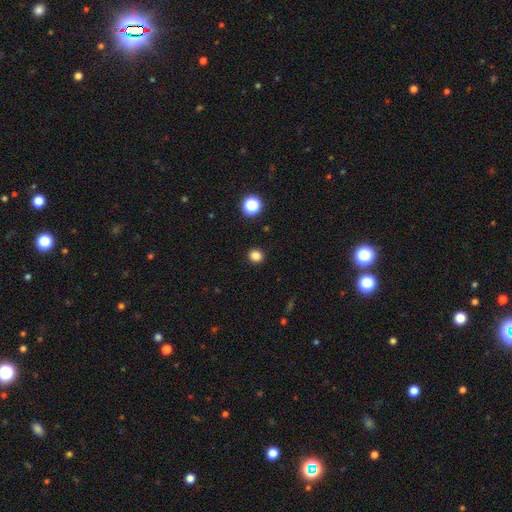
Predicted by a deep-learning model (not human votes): smooth_or_featured: smooth (p=0.83) [alt: star or artifact p=0.13]
how_rounded: round (p=0.88) [alt: in between p=0.11]
merging: none (p=0.92) [alt: minor disturbance p=0.05]